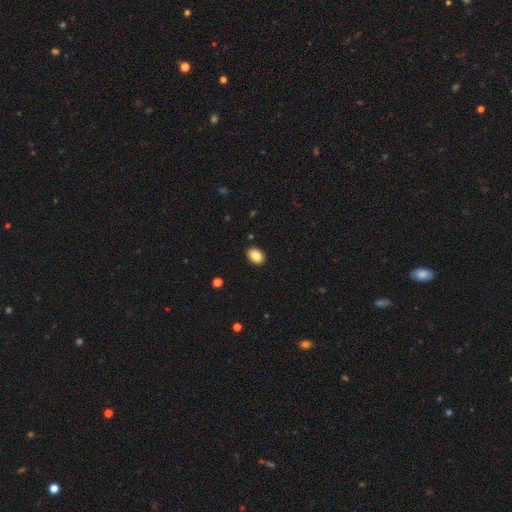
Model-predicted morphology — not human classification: A smooth galaxy with no disk features (87%) that is in between round and cigar-shaped (78%).

Vote fractions:
- Smooth or featured? smooth: 87% / star or artifact: 8% / featured or disk: 5%
- How rounded? in between: 78% / round: 21% / cigar-shaped: 1%
- Merging? none: 90% / minor disturbance: 7% / major disturbance: 2% / merger: 1%